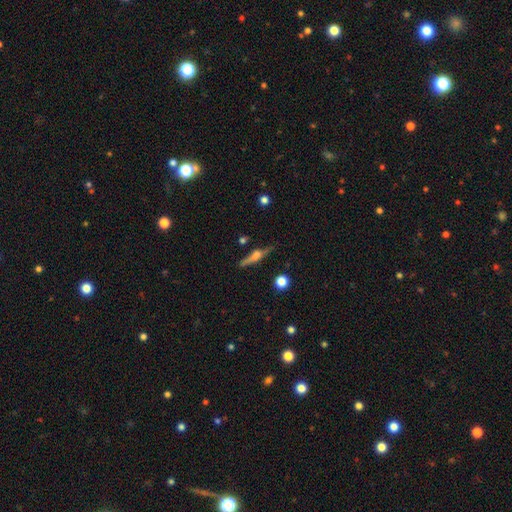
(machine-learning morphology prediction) This appears to be a featured or disk galaxy (65%) viewed edge-on (96%) with a rounded central bulge (78%). Merging: none (78%).